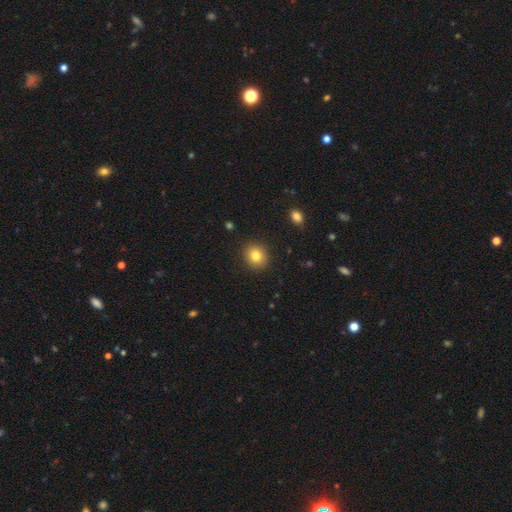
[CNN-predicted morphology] type=smooth (82%); roundness=round (71%); merging=none (90%).